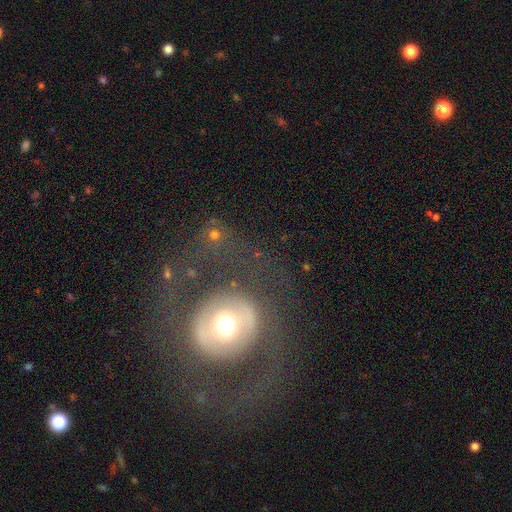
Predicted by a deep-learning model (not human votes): Overall: featured or disk (59%; smooth 31%). Edge-on disk: no (94%). Bar: no (68%). Spiral arms: no (70%). Bulge size: moderate (58%; large 22%). Merging: none (78%).